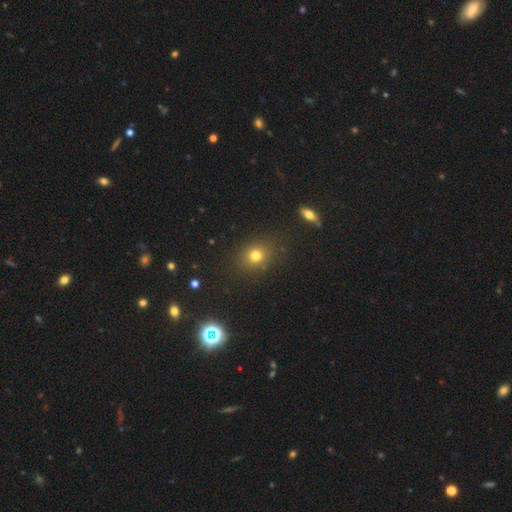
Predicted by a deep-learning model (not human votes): smooth_or_featured: smooth (p=0.75) [alt: star or artifact p=0.17]
how_rounded: round (p=0.65) [alt: in between p=0.34]
merging: none (p=0.83) [alt: minor disturbance p=0.10]